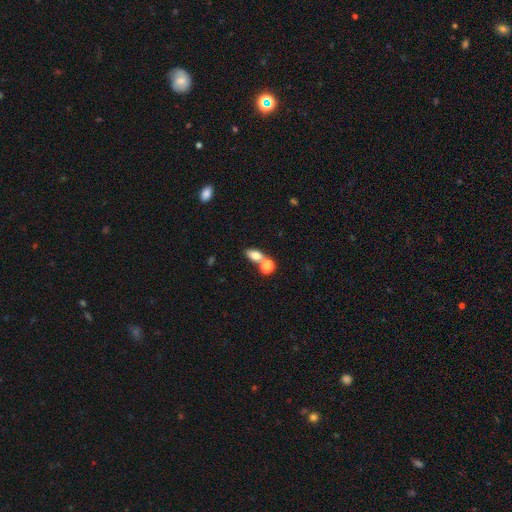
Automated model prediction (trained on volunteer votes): smooth_or_featured: smooth (p=0.76) [alt: featured or disk p=0.13]
how_rounded: in between (p=0.77) [alt: round p=0.18]
merging: none (p=0.47) [alt: merger p=0.40]